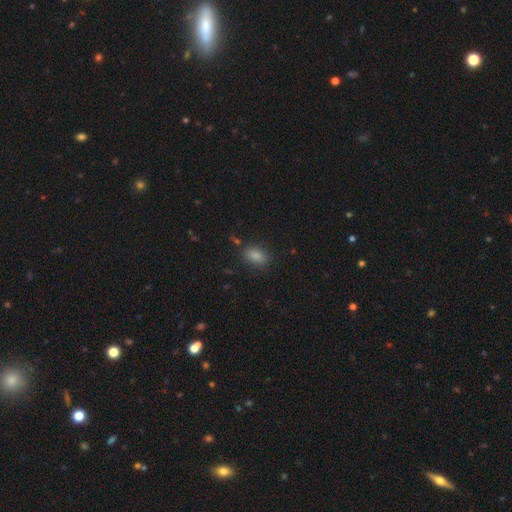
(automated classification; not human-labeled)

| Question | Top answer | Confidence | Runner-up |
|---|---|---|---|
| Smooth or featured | smooth | 86% | star or artifact (10%) |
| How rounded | in between | 88% | round (10%) |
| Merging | none | 81% | minor disturbance (12%) |